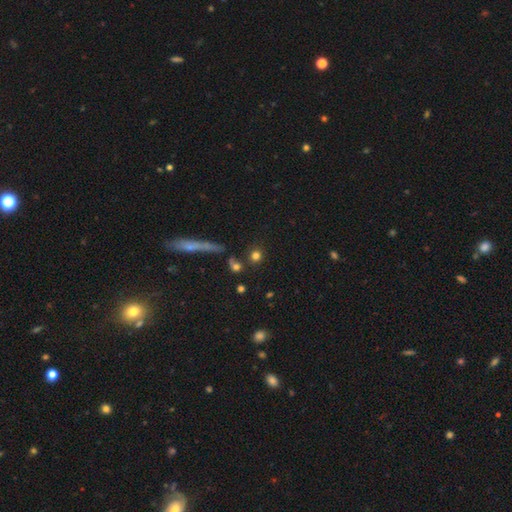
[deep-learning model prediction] smooth 76%, star or artifact 15%, featured or disk 9%. Down the decision tree: how rounded — round (86%); merging — none (78%).